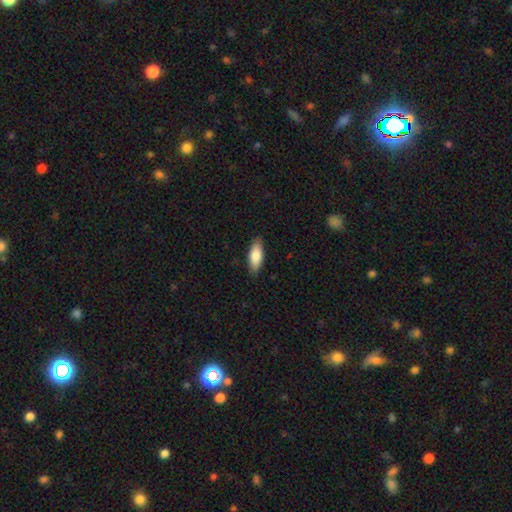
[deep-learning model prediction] smooth 81%, featured or disk 13%, star or artifact 6%. Down the decision tree: how rounded — in between (74%); merging — none (87%).